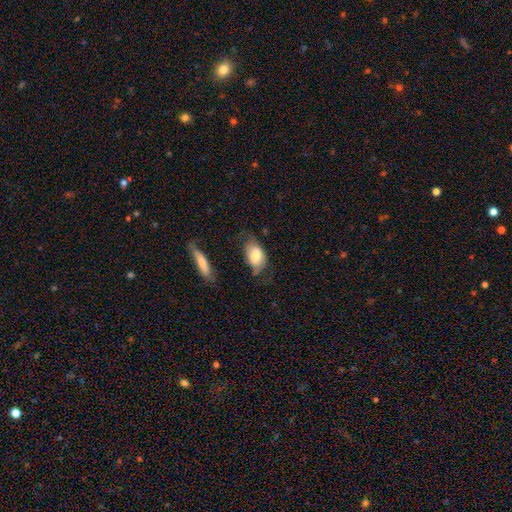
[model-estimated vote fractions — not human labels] This appears to be a smooth galaxy with no disk features (72%) that is in between round and cigar-shaped (89%). Merging: none (39%).